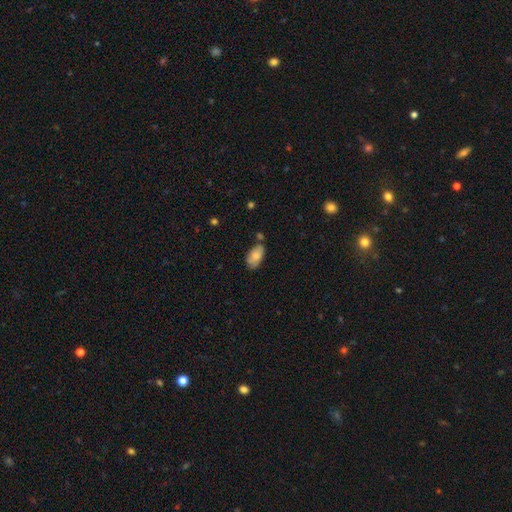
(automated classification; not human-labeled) smooth-or-featured: smooth: 79% | featured or disk: 14% | star or artifact: 7%
  how-rounded: in between: 94% | round: 3% | cigar-shaped: 3%
  merging: none: 64% | minor disturbance: 23% | merger: 8% | major disturbance: 5%